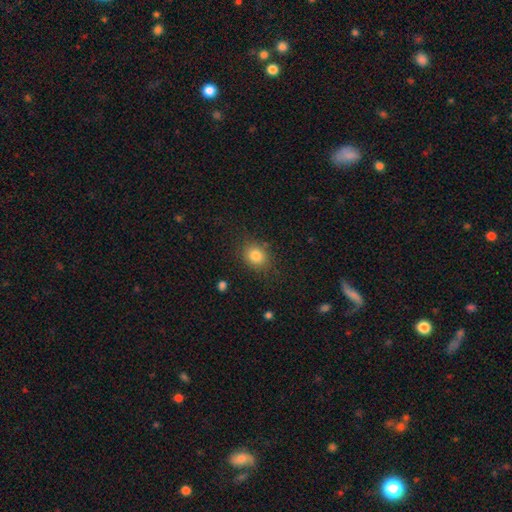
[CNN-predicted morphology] This is clearly a smooth galaxy (82%). How rounded: possibly round (59%). Merging: clearly none (81%).